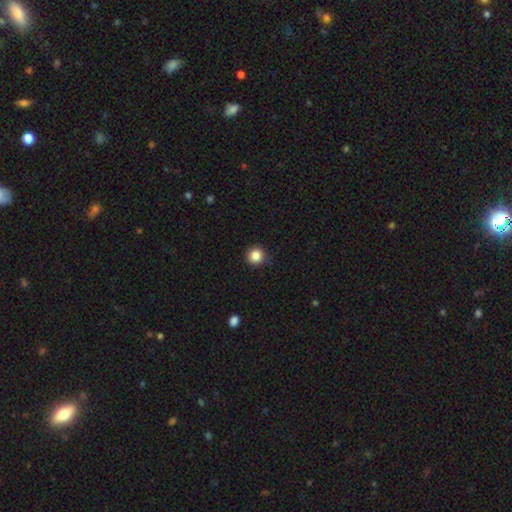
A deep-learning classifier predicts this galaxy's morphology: Smooth or featured? Predicted: smooth (p=0.86). How rounded? Predicted: round (p=0.95). Merging? Predicted: none (p=0.91).